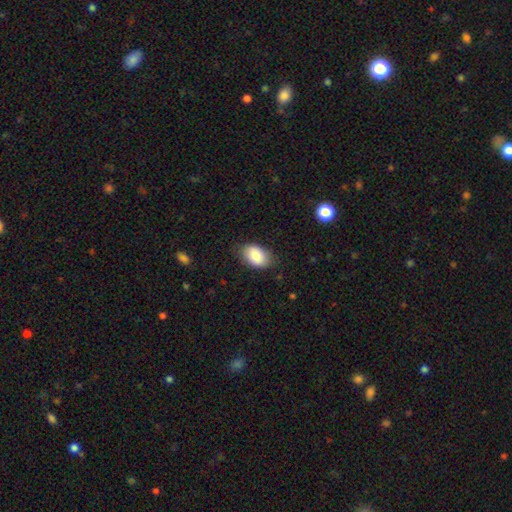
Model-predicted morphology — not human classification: The model was most divided on "merging": none: 77%, minor disturbance: 18%, major disturbance: 4%, merger: 1%. More confident: how rounded — in between (90%); smooth or featured — smooth (86%).